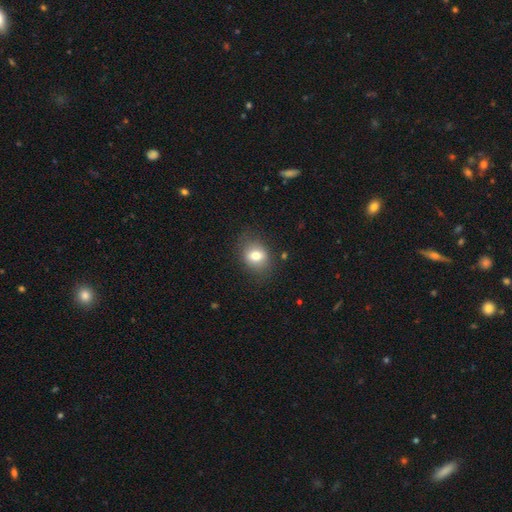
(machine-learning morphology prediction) A smooth galaxy with no disk features (77%) that is in between round and cigar-shaped (56%). Merging: none (79%).